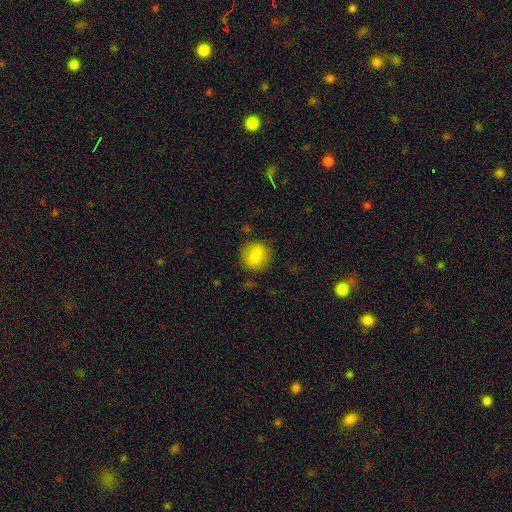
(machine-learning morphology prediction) smooth_or_featured: smooth (p=0.85) [alt: star or artifact p=0.08]
how_rounded: round (p=0.82) [alt: in between p=0.17]
merging: none (p=0.84) [alt: minor disturbance p=0.11]